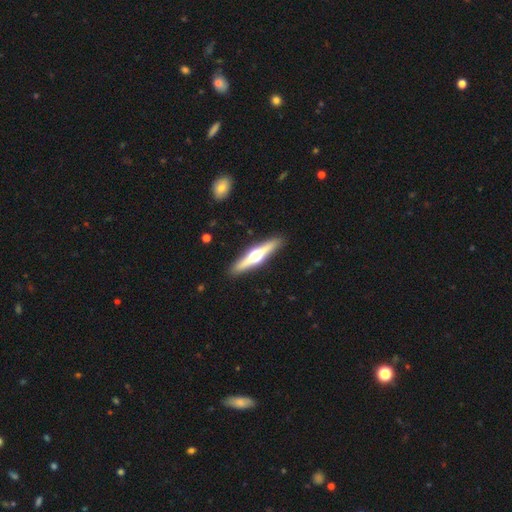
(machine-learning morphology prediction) Overall: featured or disk (70%). Edge-on disk: yes (97%). Edge-on bulge: rounded (95%). Merging: none (91%).